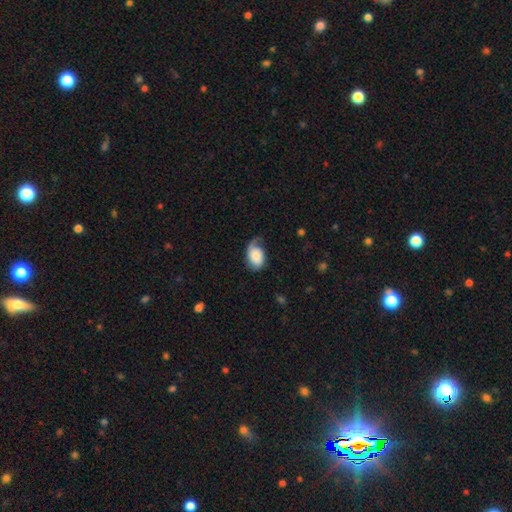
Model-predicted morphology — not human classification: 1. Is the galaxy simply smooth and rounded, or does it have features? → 59% smooth, 34% featured or disk, 7% star or artifact.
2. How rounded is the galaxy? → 87% in between, 11% round, 1% cigar-shaped.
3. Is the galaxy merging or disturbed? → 41% none, 33% minor disturbance, 24% major disturbance, 2% merger.